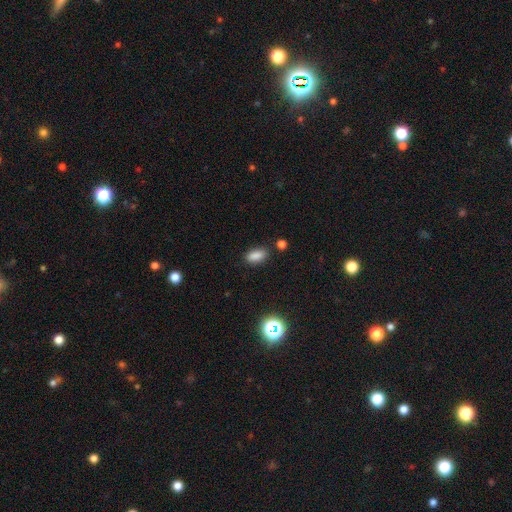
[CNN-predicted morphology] Smooth or featured: smooth — 85% (star or artifact — 11%)
How rounded: in between — 88% (cigar-shaped — 6%)
Merging: none — 83% (minor disturbance — 11%)